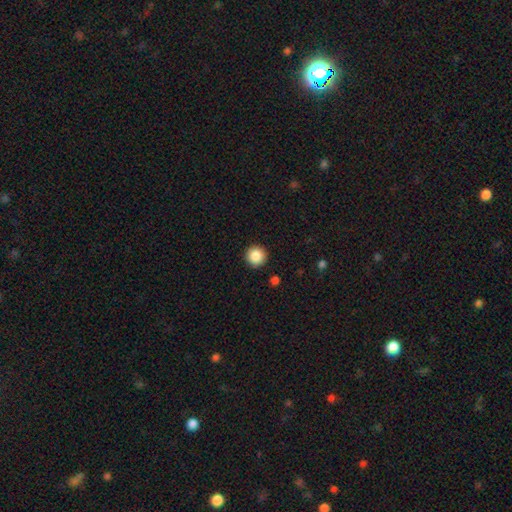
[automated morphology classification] A smooth galaxy with no disk features (87%) that is round (96%).

Vote fractions:
- Smooth or featured? smooth: 87% / star or artifact: 9% / featured or disk: 4%
- How rounded? round: 96% / in between: 3% / cigar-shaped: 1%
- Merging? none: 92% / minor disturbance: 5% / major disturbance: 2% / merger: 1%